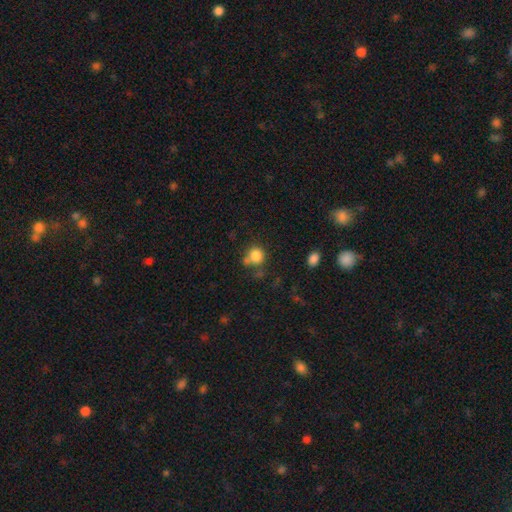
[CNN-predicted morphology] Smooth or featured?
  - smooth: 82% *
  - star or artifact: 11%
  - featured or disk: 7%
How rounded?
  - round: 83% *
  - in between: 16%
  - cigar-shaped: 1%
Merging?
  - none: 58% *
  - merger: 18%
  - minor disturbance: 17%
  - major disturbance: 7%